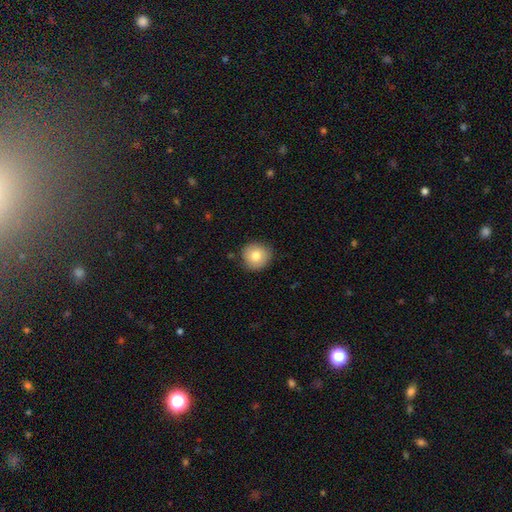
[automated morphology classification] A smooth galaxy with no disk features (79%) that is round (92%).

Vote fractions:
- Smooth or featured? smooth: 79% / featured or disk: 12% / star or artifact: 9%
- How rounded? round: 92% / in between: 8% / cigar-shaped: 1%
- Merging? none: 86% / minor disturbance: 11% / major disturbance: 2% / merger: 1%